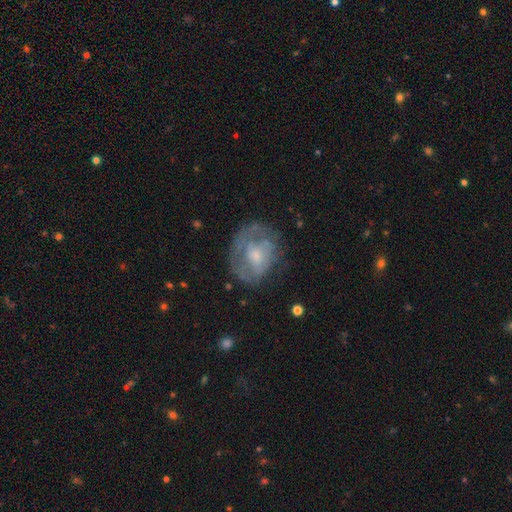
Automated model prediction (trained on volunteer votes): Smooth or featured? featured or disk (56%)
Edge-on disk? no (97%)
Bar? no (75%)
Spiral arms? no (55%)
Bulge size? moderate (42%)
Merging? none (56%)